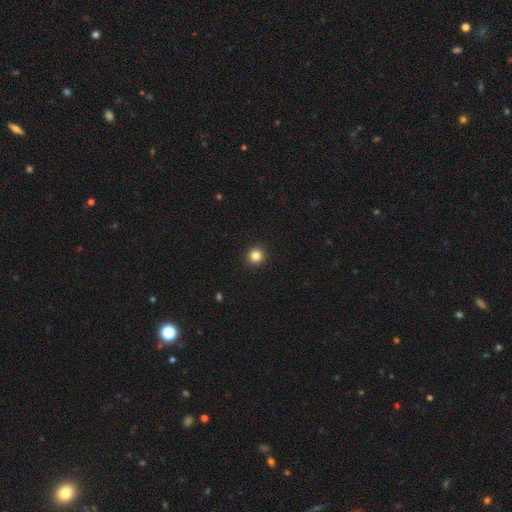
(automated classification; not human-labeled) smooth-or-featured: smooth: 83% | star or artifact: 12% | featured or disk: 5%
  how-rounded: round: 95% | in between: 4% | cigar-shaped: 1%
  merging: none: 94% | minor disturbance: 4% | major disturbance: 1% | merger: 1%